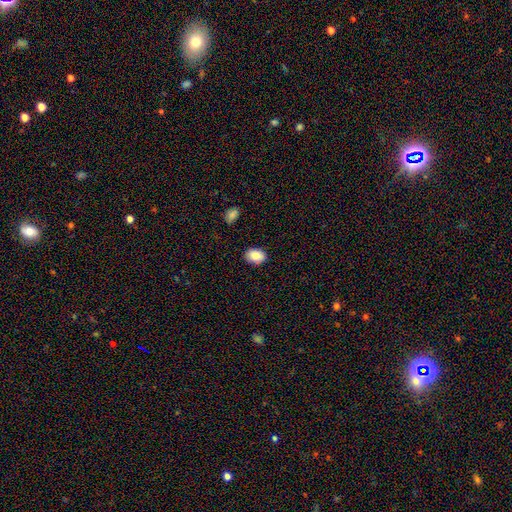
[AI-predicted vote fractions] A smooth galaxy with no disk features (87%) that is in between round and cigar-shaped (82%). Merging: none (86%).